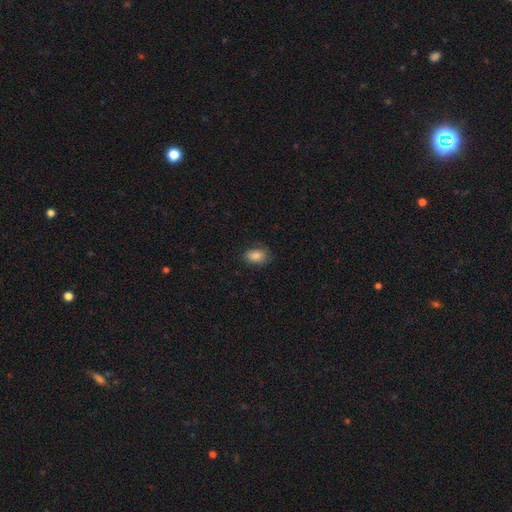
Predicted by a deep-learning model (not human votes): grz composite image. It shows a smooth galaxy with no disk features (86%) that is in between round and cigar-shaped (82%). Merging: none (80%).